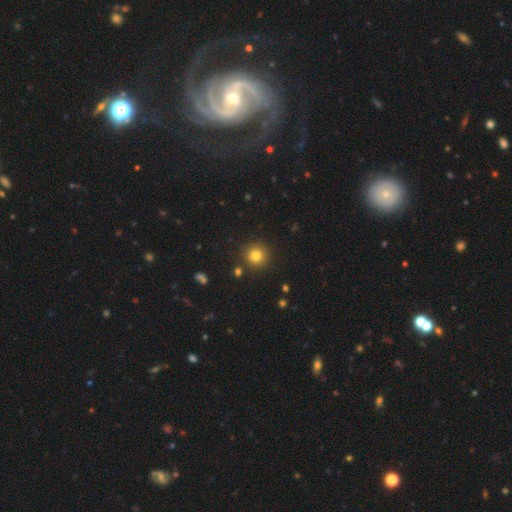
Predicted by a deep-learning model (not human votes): The model was most divided on "smooth or featured": smooth: 80%, star or artifact: 13%, featured or disk: 7%. More confident: how rounded — round (94%); merging — none (89%).